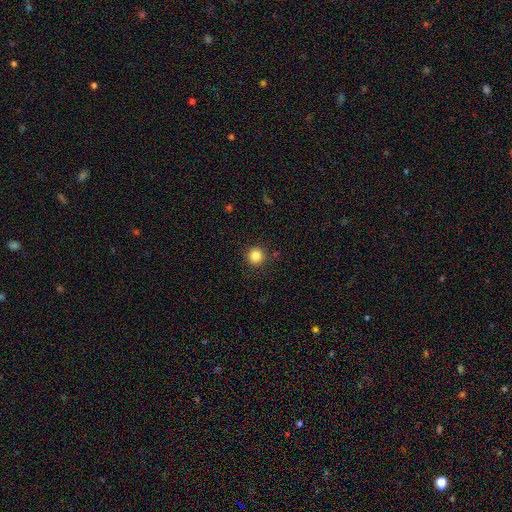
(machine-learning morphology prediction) A smooth galaxy with no disk features (84%) that is round (95%).

Vote fractions:
- Smooth or featured? smooth: 84% / star or artifact: 11% / featured or disk: 4%
- How rounded? round: 95% / in between: 4% / cigar-shaped: 1%
- Merging? none: 91% / minor disturbance: 6% / major disturbance: 2% / merger: 1%